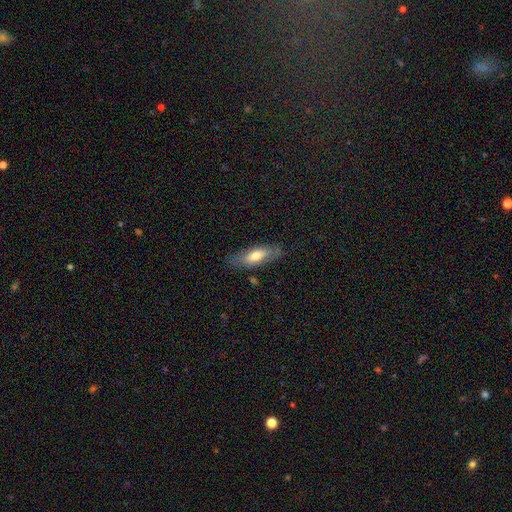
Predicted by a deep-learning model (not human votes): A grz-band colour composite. It shows a smooth galaxy with no disk features (60%) that is in between round and cigar-shaped (68%). Merging: none (78%).